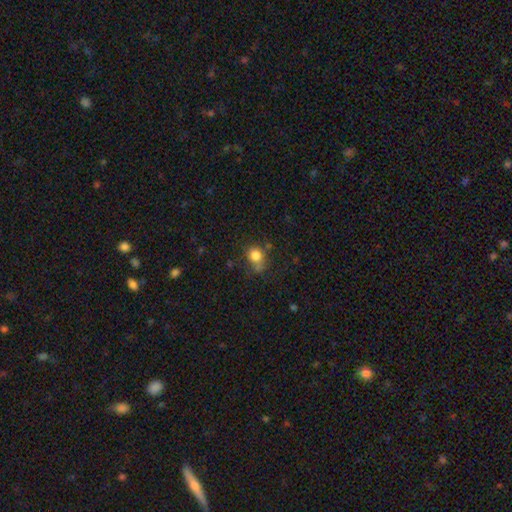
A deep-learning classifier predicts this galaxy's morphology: This appears to be a smooth galaxy with no disk features (81%) that is round (73%). Merging: none (58%).